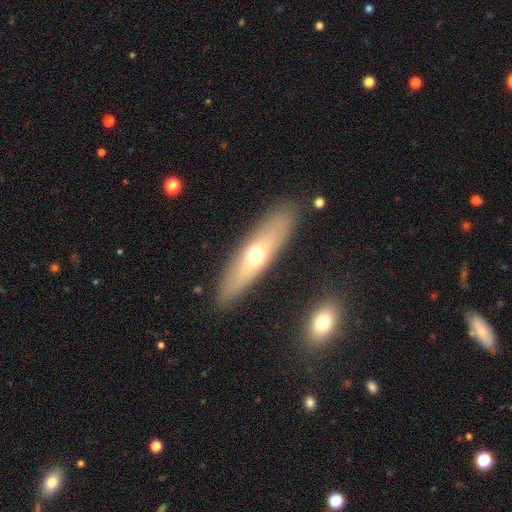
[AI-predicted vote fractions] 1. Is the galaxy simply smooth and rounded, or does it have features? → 52% smooth, 41% featured or disk, 7% star or artifact.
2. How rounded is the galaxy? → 60% cigar-shaped, 37% in between, 3% round.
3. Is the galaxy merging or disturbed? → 87% none, 8% minor disturbance, 3% major disturbance, 2% merger.